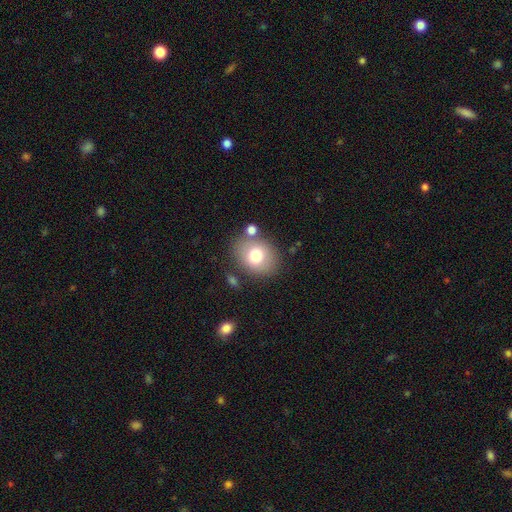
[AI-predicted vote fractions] smooth_or_featured: smooth (p=0.73) [alt: featured or disk p=0.17]
how_rounded: round (p=0.55) [alt: in between p=0.45]
merging: none (p=0.74) [alt: minor disturbance p=0.13]